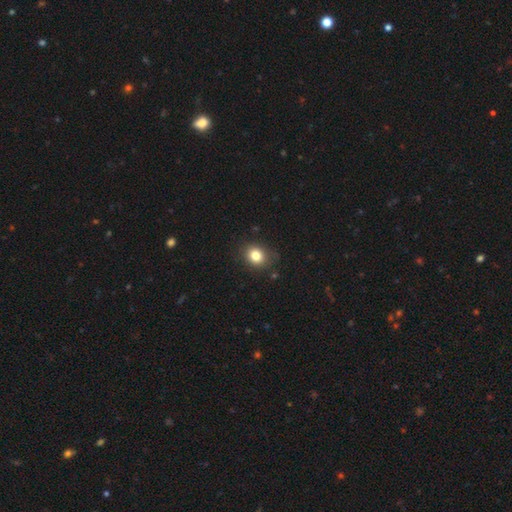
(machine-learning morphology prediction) smooth_or_featured: smooth (p=0.82) [alt: star or artifact p=0.11]
how_rounded: round (p=0.64) [alt: in between p=0.35]
merging: none (p=0.82) [alt: minor disturbance p=0.13]